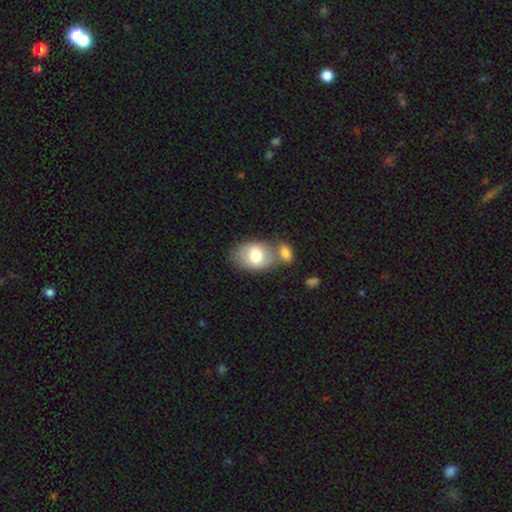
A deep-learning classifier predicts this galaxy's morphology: This appears to be a smooth galaxy with no disk features (71%) that is in between round and cigar-shaped (81%). Merging: none (46%).